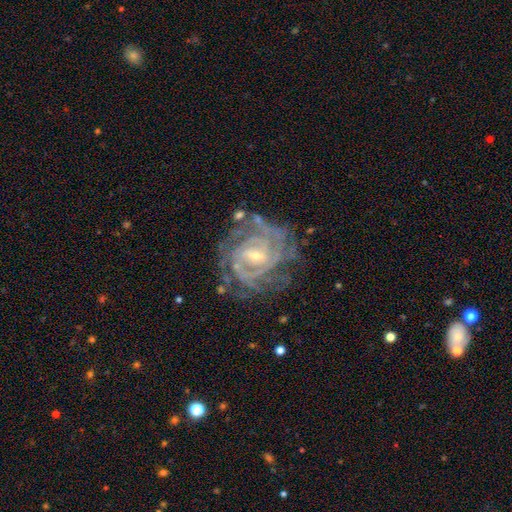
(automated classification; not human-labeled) Q: Smooth or featured?
A: featured or disk (90%); runner-up: star or artifact (6%)
Q: Edge-on disk?
A: no (97%); runner-up: yes (3%)
Q: Bar?
A: weak (53%); runner-up: no (24%)
Q: Spiral arms?
A: yes (97%); runner-up: no (3%)
Q: Spiral winding?
A: tight (71%); runner-up: medium (25%)
Q: Spiral arm count?
A: can't tell (26%); runner-up: 2 (23%)
Q: Bulge size?
A: small (64%); runner-up: moderate (32%)
Q: Merging?
A: none (67%); runner-up: minor disturbance (20%)